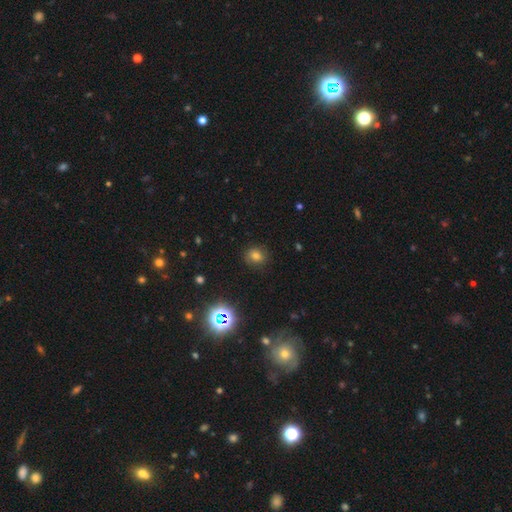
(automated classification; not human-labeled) A smooth galaxy with no disk features (69%) that is round (73%). Merging: none (84%).